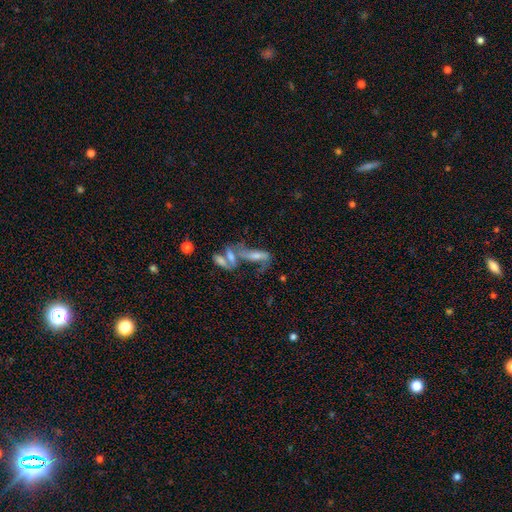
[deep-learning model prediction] The model was most divided on "merging": merger: 49%, none: 23%, major disturbance: 17%, minor disturbance: 10%. More confident: edge-on disk — no (69%); smooth or featured — featured or disk (54%).